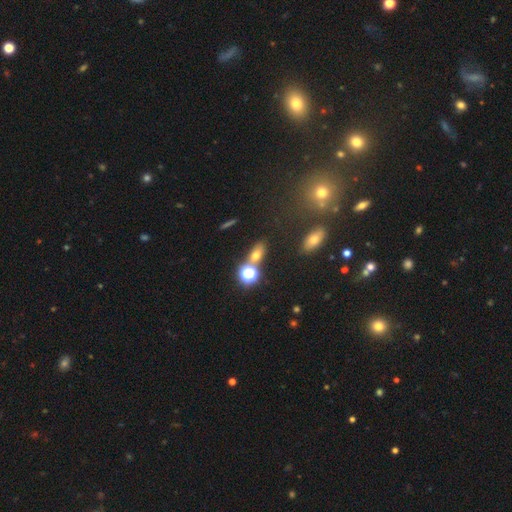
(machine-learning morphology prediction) type=smooth (62%); roundness=in between (66%); merging=none (64%).